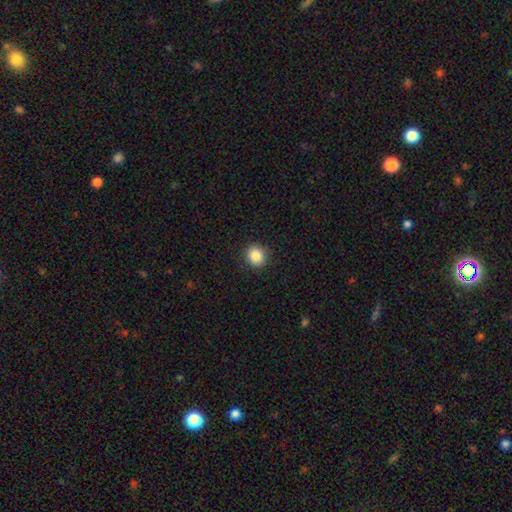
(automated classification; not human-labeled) Smooth or featured?
  - smooth: 86% *
  - star or artifact: 10%
  - featured or disk: 4%
How rounded?
  - round: 88% *
  - in between: 11%
  - cigar-shaped: 1%
Merging?
  - none: 90% *
  - minor disturbance: 7%
  - major disturbance: 2%
  - merger: 1%